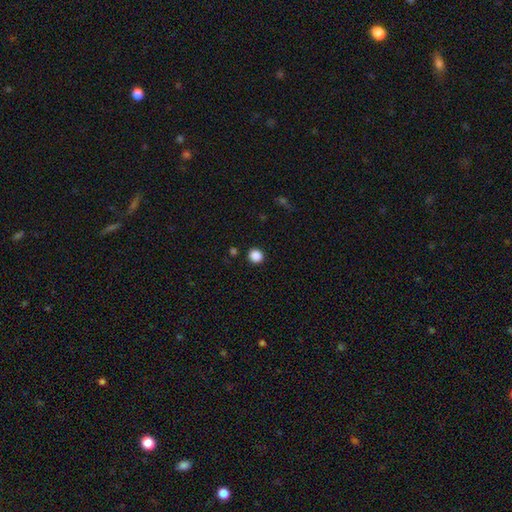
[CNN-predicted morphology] Smooth or featured: smooth — 87% (star or artifact — 11%)
How rounded: round — 88% (in between — 11%)
Merging: none — 91% (minor disturbance — 5%)